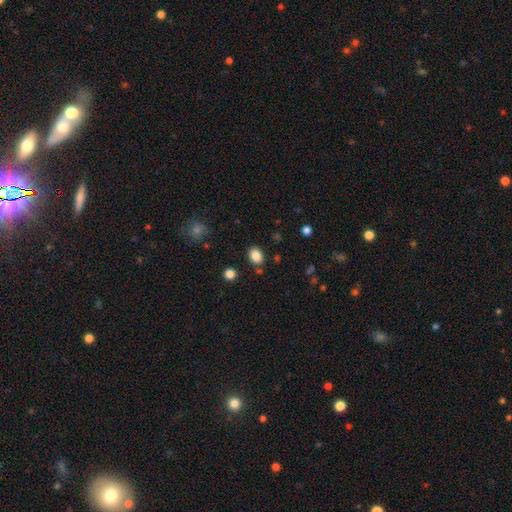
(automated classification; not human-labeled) Smooth or featured? smooth (86%)
How rounded? in between (67%)
Merging? none (83%)